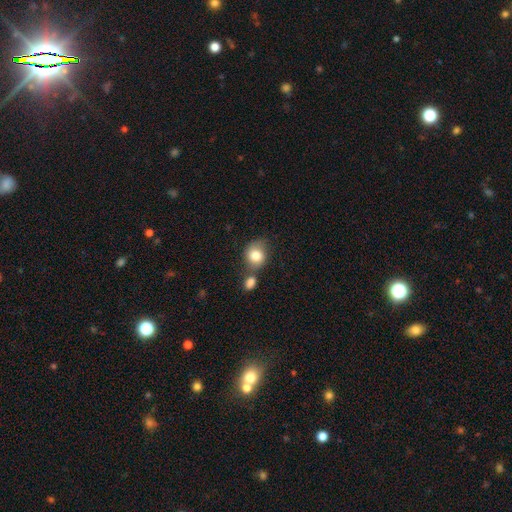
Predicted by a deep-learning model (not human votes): This is clearly a smooth galaxy (82%). How rounded: likely round (66%). Merging: possibly none (48%).